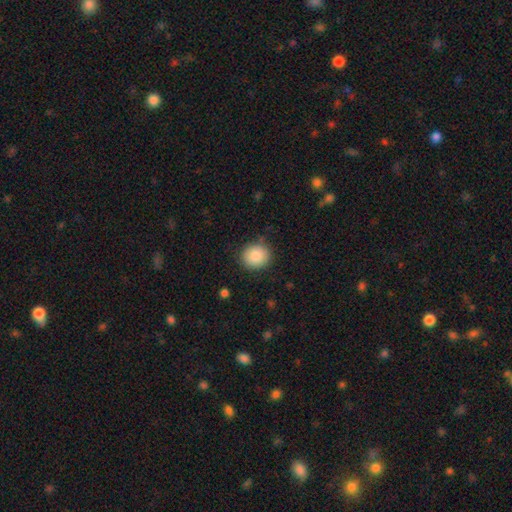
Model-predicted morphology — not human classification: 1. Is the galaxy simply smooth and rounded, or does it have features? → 86% smooth, 8% star or artifact, 6% featured or disk.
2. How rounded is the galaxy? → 83% round, 16% in between, 1% cigar-shaped.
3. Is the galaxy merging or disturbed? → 87% none, 10% minor disturbance, 3% major disturbance, 1% merger.